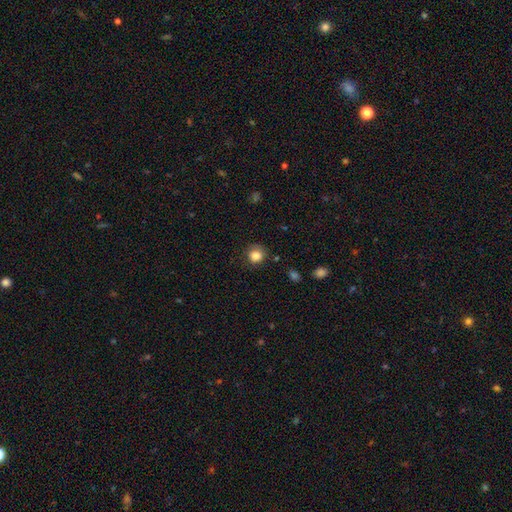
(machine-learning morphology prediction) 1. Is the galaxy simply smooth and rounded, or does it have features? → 84% smooth, 11% star or artifact, 5% featured or disk.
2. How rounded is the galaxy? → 84% round, 15% in between, 1% cigar-shaped.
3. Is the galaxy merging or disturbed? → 79% none, 15% minor disturbance, 4% major disturbance, 2% merger.